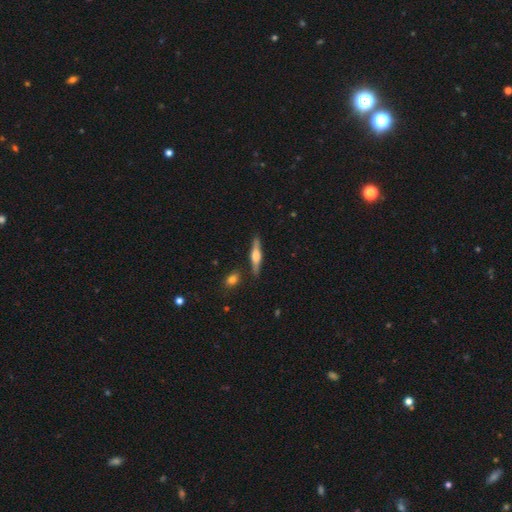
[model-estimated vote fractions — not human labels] Morphology: type=featured or disk (63%); edge-on=yes (96%); edge-on bulge=rounded (80%); merging=none (85%).